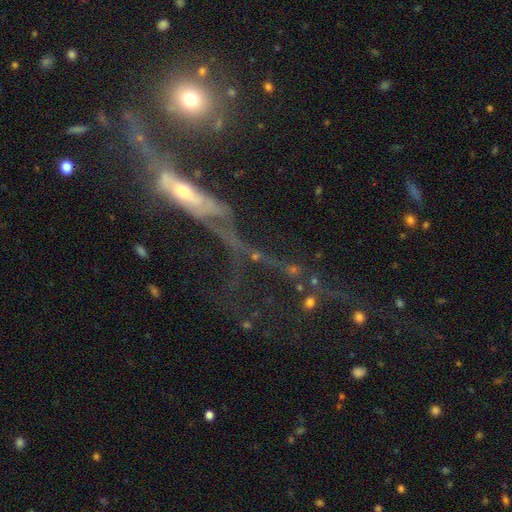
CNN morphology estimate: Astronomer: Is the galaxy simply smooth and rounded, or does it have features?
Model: featured or disk — 57%.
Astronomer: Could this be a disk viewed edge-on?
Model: no — 58% (runner-up: yes, 42%).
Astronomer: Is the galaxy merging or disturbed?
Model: major disturbance — 34% (runner-up: merger, 30%).